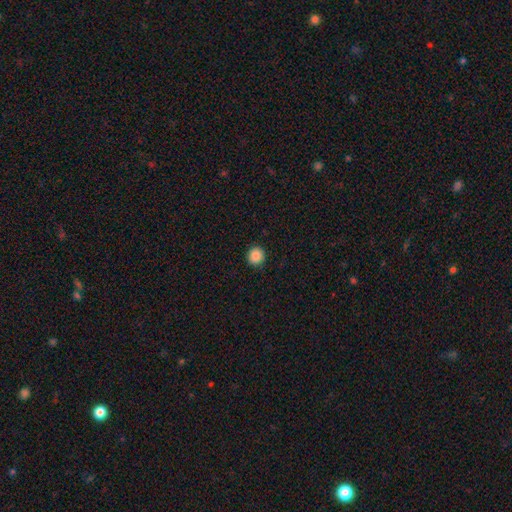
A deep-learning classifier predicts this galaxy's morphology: A smooth galaxy with no disk features (87%) that is round (90%).

Vote fractions:
- Smooth or featured? smooth: 87% / star or artifact: 10% / featured or disk: 3%
- How rounded? round: 90% / in between: 9% / cigar-shaped: 1%
- Merging? none: 92% / minor disturbance: 6% / major disturbance: 2% / merger: 1%